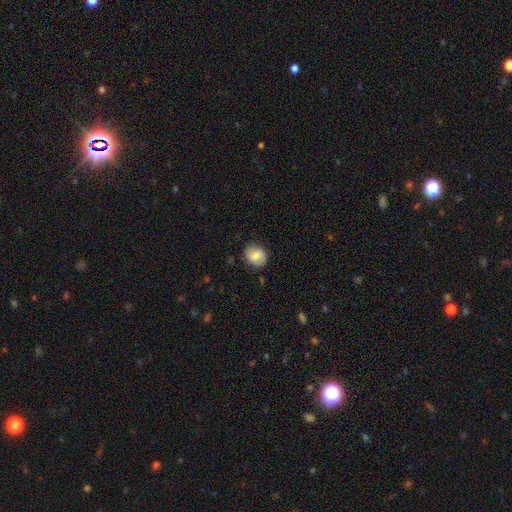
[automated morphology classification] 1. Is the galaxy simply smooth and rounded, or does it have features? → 82% smooth, 10% featured or disk, 7% star or artifact.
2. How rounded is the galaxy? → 57% round, 42% in between, 1% cigar-shaped.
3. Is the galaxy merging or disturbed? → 82% none, 13% minor disturbance, 3% major disturbance, 1% merger.